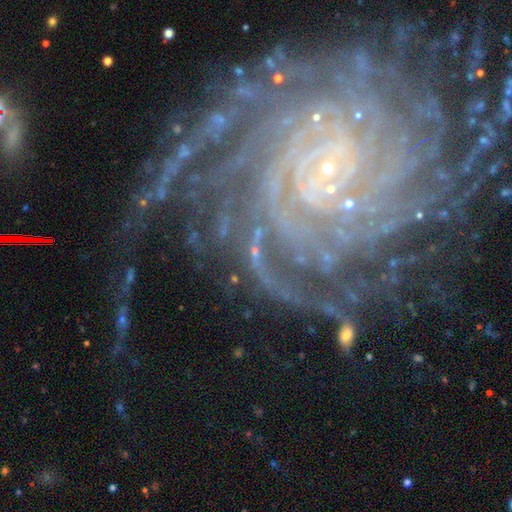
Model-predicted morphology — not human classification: smooth_or_featured: featured or disk (p=0.88) [alt: star or artifact p=0.08]
disk_edge_on: no (p=0.97) [alt: yes p=0.03]
bar: no (p=0.58) [alt: weak p=0.23]
has_spiral_arms: yes (p=0.98) [alt: no p=0.02]
spiral_winding: tight (p=0.78) [alt: medium p=0.18]
spiral_arm_count: more than 4 (p=0.29) [alt: 4 p=0.21]
bulge_size: small (p=0.84) [alt: moderate p=0.08]
merging: none (p=0.69) [alt: minor disturbance p=0.16]